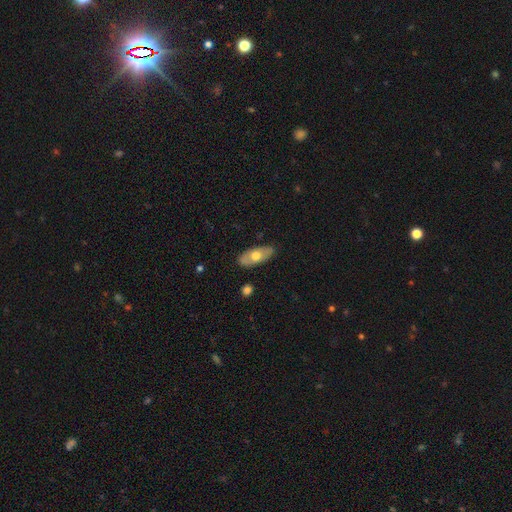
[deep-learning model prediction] Overall: smooth (55%; featured or disk 40%). How rounded: in between (85%). Merging: none (84%).